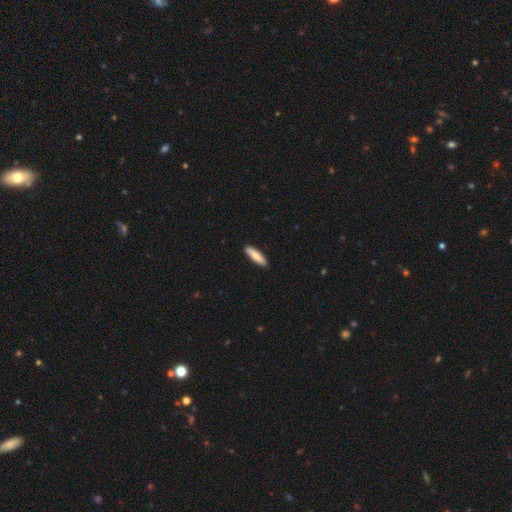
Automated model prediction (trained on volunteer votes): The model was most divided on "how rounded": cigar-shaped: 71%, in between: 27%, round: 2%. More confident: merging — none (89%); smooth or featured — smooth (81%).